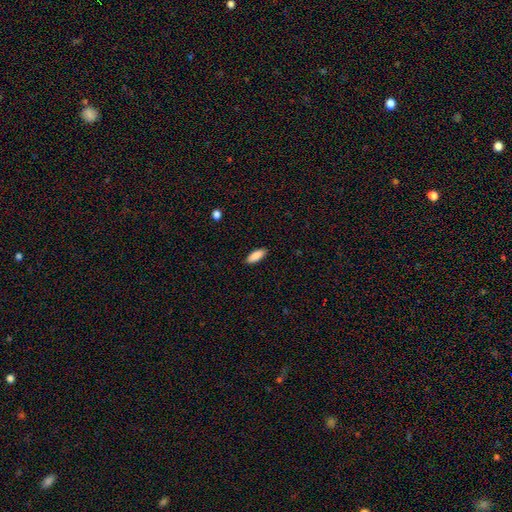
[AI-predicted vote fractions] Morphology: type=smooth (89%); roundness=in between (75%); merging=none (89%).